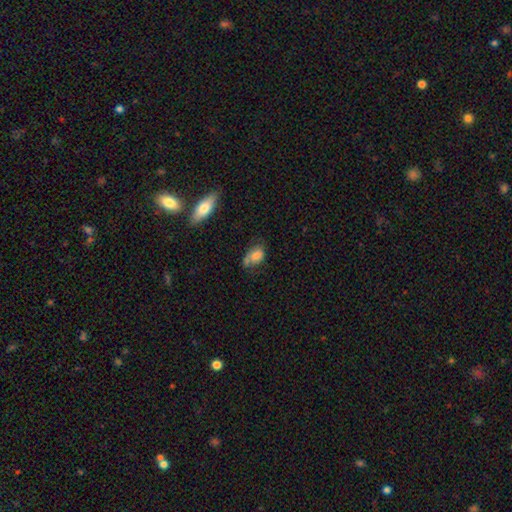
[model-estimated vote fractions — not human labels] Smooth or featured?
  - smooth: 73% *
  - featured or disk: 17%
  - star or artifact: 10%
How rounded?
  - in between: 83% *
  - round: 14%
  - cigar-shaped: 2%
Merging?
  - none: 42% *
  - minor disturbance: 32%
  - major disturbance: 15%
  - merger: 12%